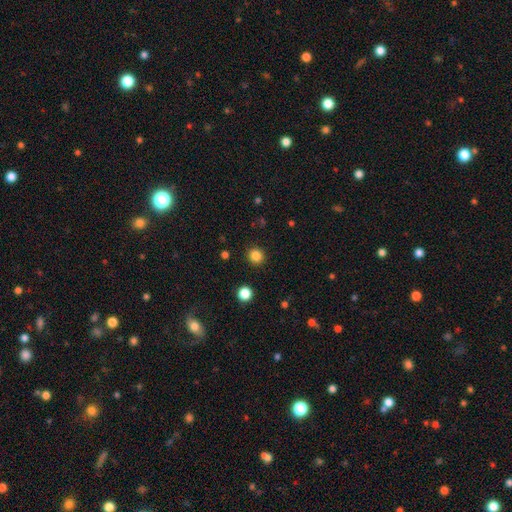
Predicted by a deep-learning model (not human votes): Smooth or featured?
  - smooth: 83% *
  - star or artifact: 12%
  - featured or disk: 4%
How rounded?
  - round: 90% *
  - in between: 9%
  - cigar-shaped: 1%
Merging?
  - none: 91% *
  - minor disturbance: 5%
  - major disturbance: 2%
  - merger: 1%